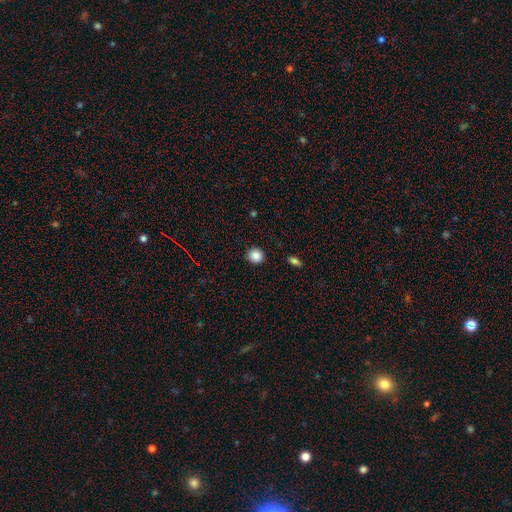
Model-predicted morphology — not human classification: Q: Smooth or featured?
A: smooth (87%); runner-up: star or artifact (9%)
Q: How rounded?
A: round (88%); runner-up: in between (11%)
Q: Merging?
A: none (91%); runner-up: minor disturbance (6%)